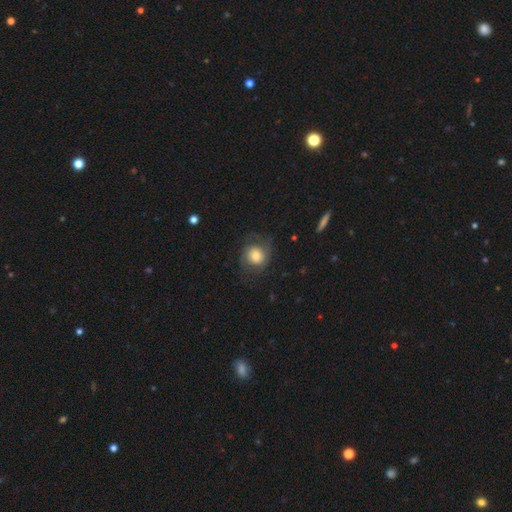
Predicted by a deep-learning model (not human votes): Morphology: type=smooth (46%, tied with featured or disk); merging=none (66%).